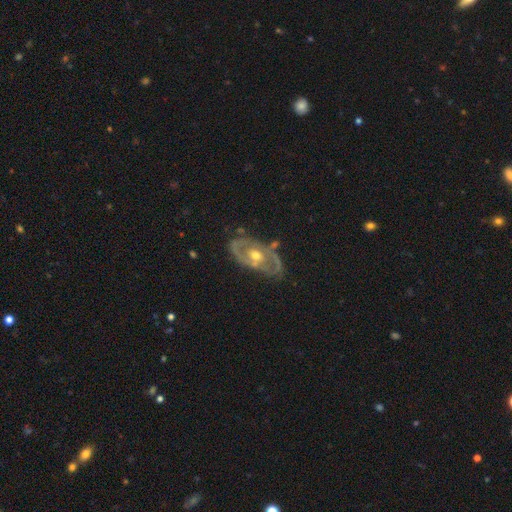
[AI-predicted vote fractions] Smooth or featured?
  - featured or disk: 82% *
  - smooth: 13%
  - star or artifact: 5%
Edge-on disk?
  - no: 92% *
  - yes: 8%
Bar?
  - no: 69% *
  - weak: 23%
  - strong: 8%
Spiral arms?
  - yes: 66% *
  - no: 34%
Bulge size?
  - moderate: 73% *
  - small: 20%
  - large: 5%
  - none: 1%
  - dominant: 1%
Merging?
  - none: 68% *
  - minor disturbance: 21%
  - major disturbance: 8%
  - merger: 3%